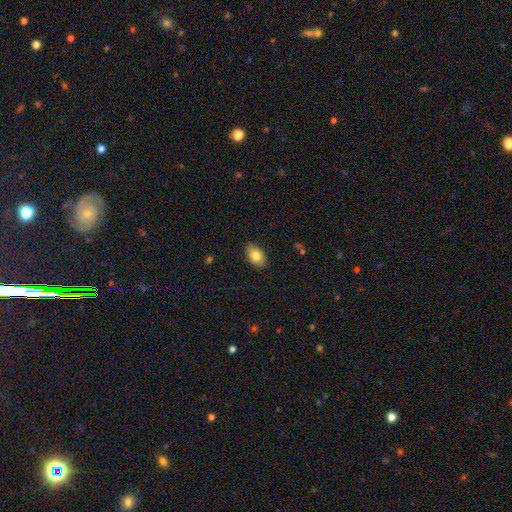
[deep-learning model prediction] This is clearly a smooth galaxy (81%). How rounded: clearly in between (91%). Merging: clearly none (87%).